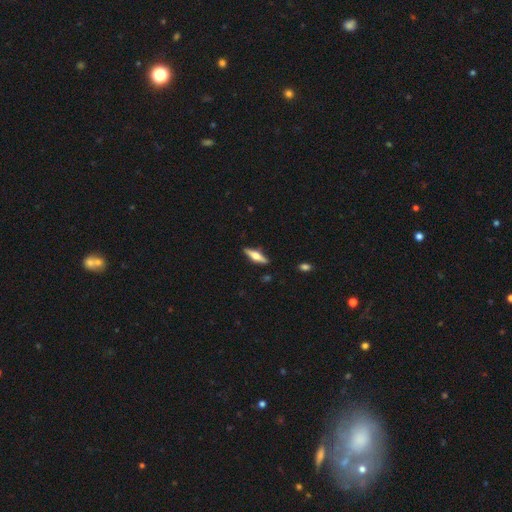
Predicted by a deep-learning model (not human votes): smooth-or-featured: featured or disk: 59% | smooth: 36% | star or artifact: 6%
  disk-edge-on: yes: 96% | no: 4%
    edge-on-bulge: rounded: 90% | boxy: 7% | none: 2%
  merging: none: 89% | minor disturbance: 8% | major disturbance: 2% | merger: 1%